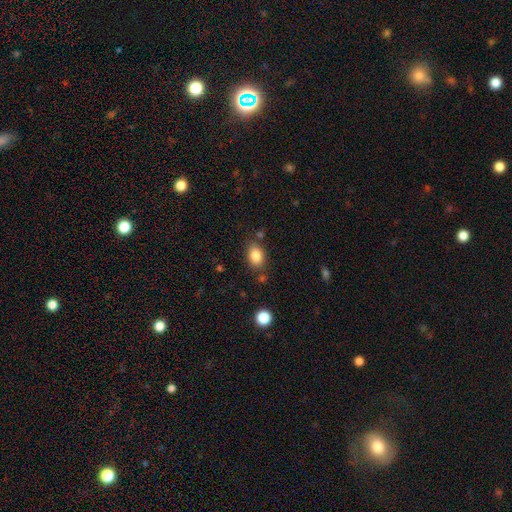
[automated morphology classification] This is clearly a smooth galaxy (85%). How rounded: likely in between (77%). Merging: likely none (77%).